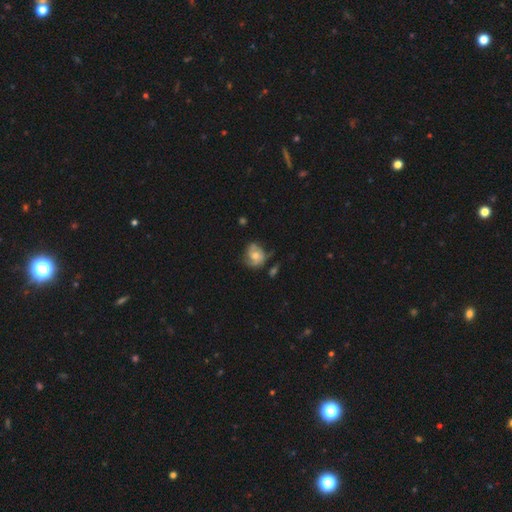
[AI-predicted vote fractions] Morphology: type=featured or disk (53%); edge-on=no (97%); bar=no (76%); spiral arms=yes (73%); bulge=moderate (65%); merging=none (50%).